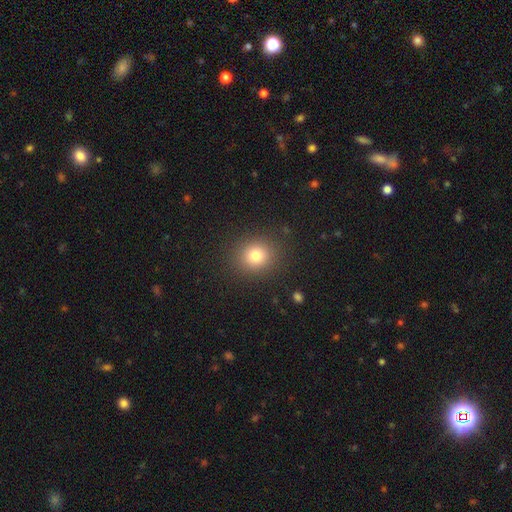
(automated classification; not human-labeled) The model was most divided on "how rounded": round: 79%, in between: 20%, cigar-shaped: 1%. More confident: merging — none (88%); smooth or featured — smooth (79%).